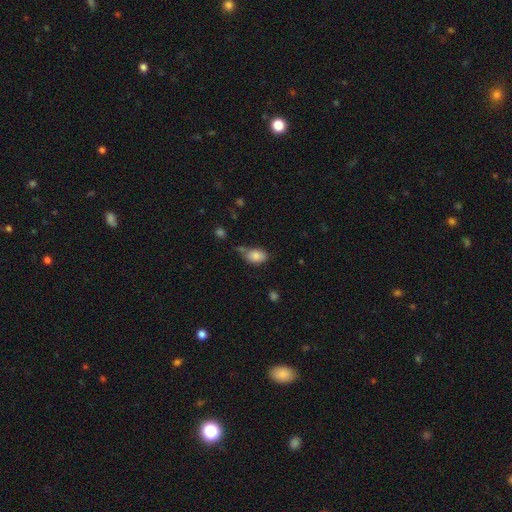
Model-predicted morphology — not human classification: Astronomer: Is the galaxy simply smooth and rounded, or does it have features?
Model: smooth — 84%.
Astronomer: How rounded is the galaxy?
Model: in between — 85%.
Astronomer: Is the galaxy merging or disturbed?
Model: none — 53%.